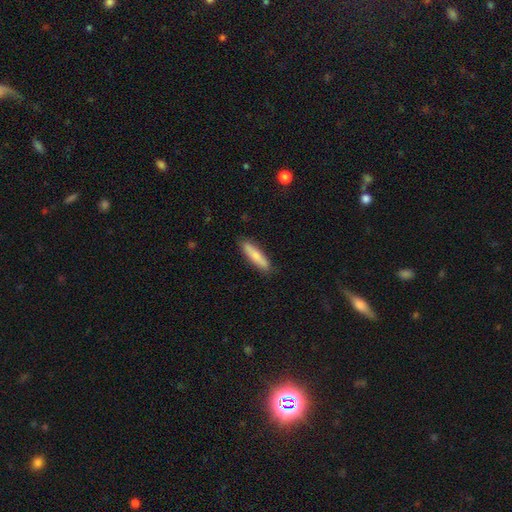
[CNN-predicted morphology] smooth 76%, featured or disk 18%, star or artifact 6%. Down the decision tree: how rounded — cigar-shaped (77%); merging — none (88%).